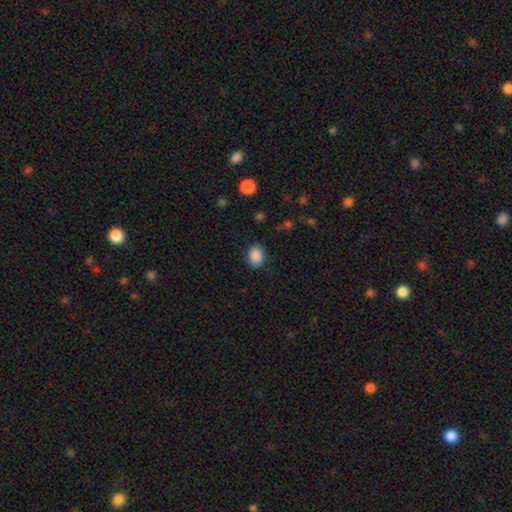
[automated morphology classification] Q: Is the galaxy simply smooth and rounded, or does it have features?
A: smooth — 87%.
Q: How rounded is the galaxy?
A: in between — 68%.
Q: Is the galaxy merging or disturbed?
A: none — 83%.